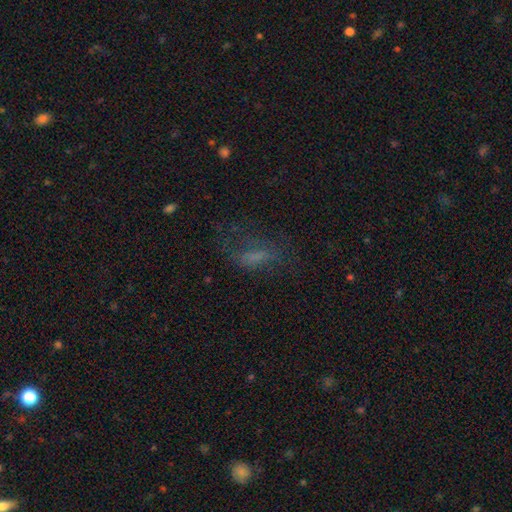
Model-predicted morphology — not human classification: The model was most divided on "smooth or featured": smooth: 47%, featured or disk: 31%, star or artifact: 22%. Remaining: merging — none (47%).